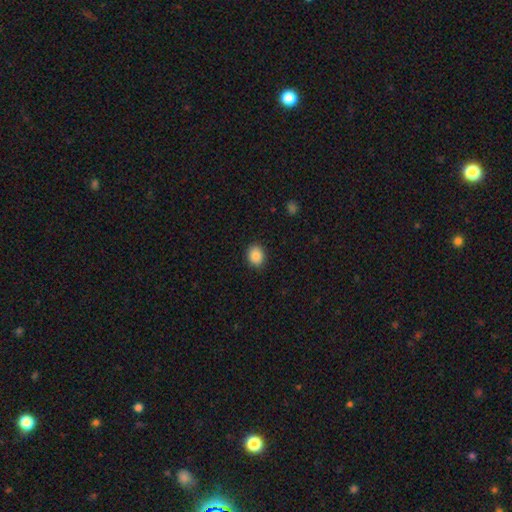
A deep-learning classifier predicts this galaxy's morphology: Q: Smooth or featured?
A: smooth (87%); runner-up: star or artifact (9%)
Q: How rounded?
A: round (55%); runner-up: in between (45%)
Q: Merging?
A: none (89%); runner-up: minor disturbance (8%)